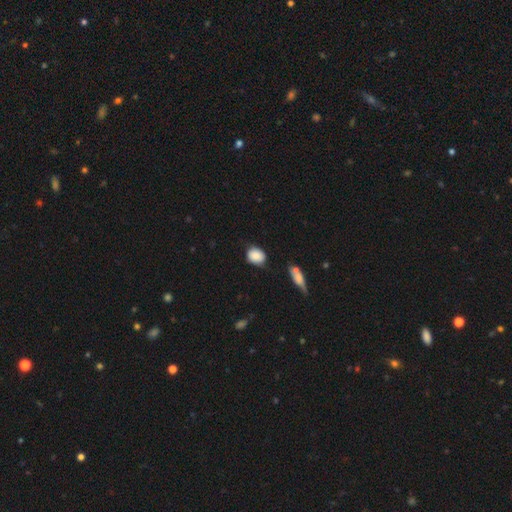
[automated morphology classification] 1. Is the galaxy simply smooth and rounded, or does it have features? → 86% smooth, 8% star or artifact, 7% featured or disk.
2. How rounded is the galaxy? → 52% in between, 46% round, 2% cigar-shaped.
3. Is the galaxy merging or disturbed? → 69% none, 23% minor disturbance, 4% major disturbance, 4% merger.